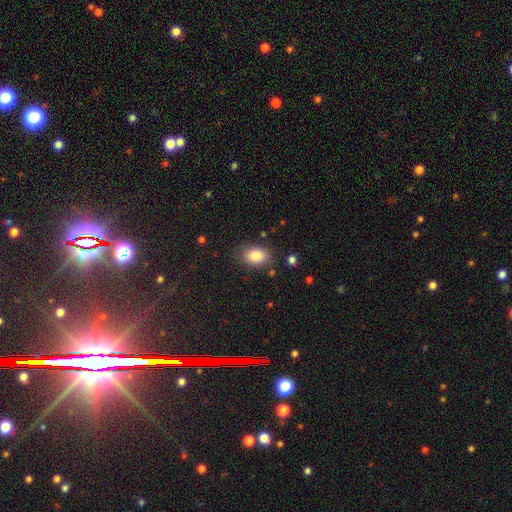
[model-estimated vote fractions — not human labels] Smooth or featured: smooth — 86% (star or artifact — 8%)
How rounded: in between — 81% (round — 17%)
Merging: none — 81% (minor disturbance — 13%)